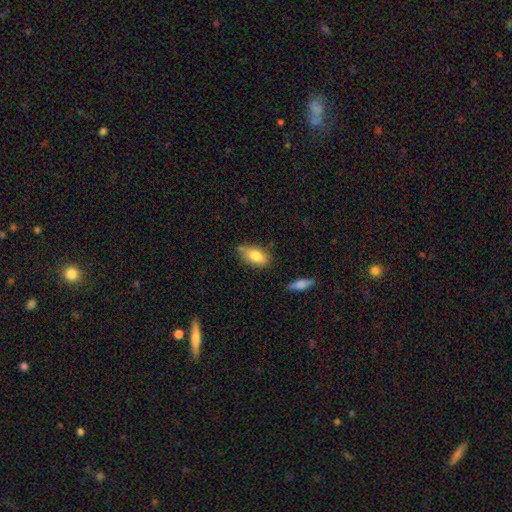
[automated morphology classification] This is likely a smooth galaxy (79%). How rounded: clearly in between (89%). Merging: likely none (67%).